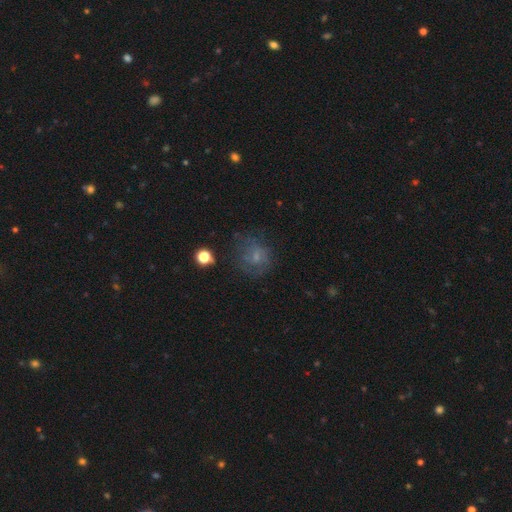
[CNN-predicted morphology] This appears to be a smooth galaxy with no disk features (47%). Merging: none (55%).